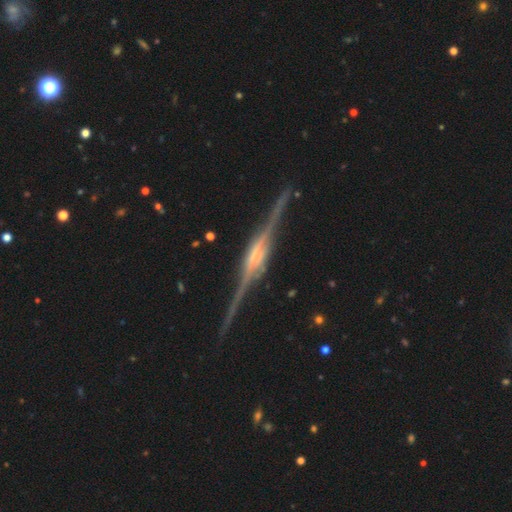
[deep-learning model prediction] Smooth or featured? featured or disk (90%)
Edge-on disk? yes (98%)
Edge-on bulge? boxy (50%)
Merging? none (85%)